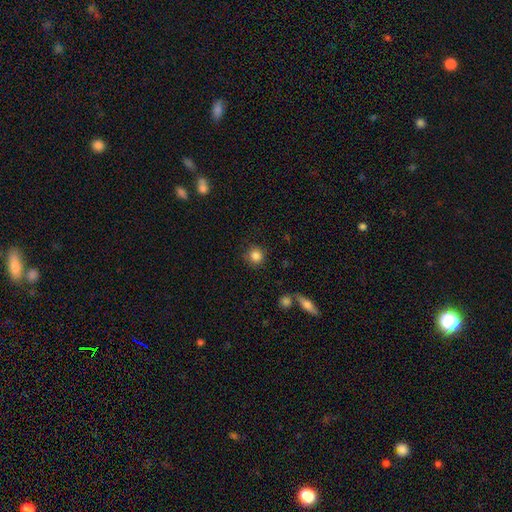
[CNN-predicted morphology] The model was most divided on "smooth or featured": smooth: 85%, star or artifact: 10%, featured or disk: 5%. More confident: how rounded — round (92%); merging — none (87%).